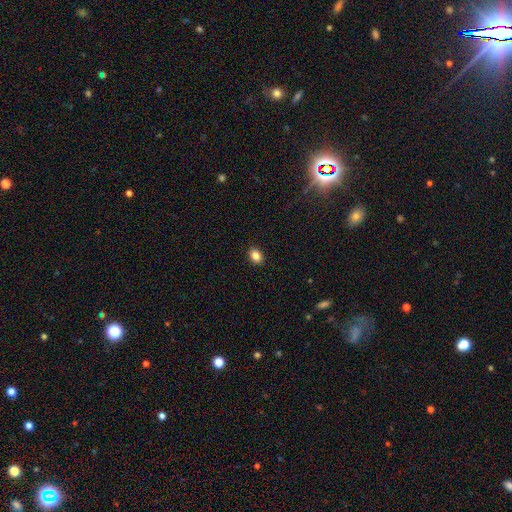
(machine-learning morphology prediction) type=smooth (85%); roundness=in between (74%); merging=none (90%).